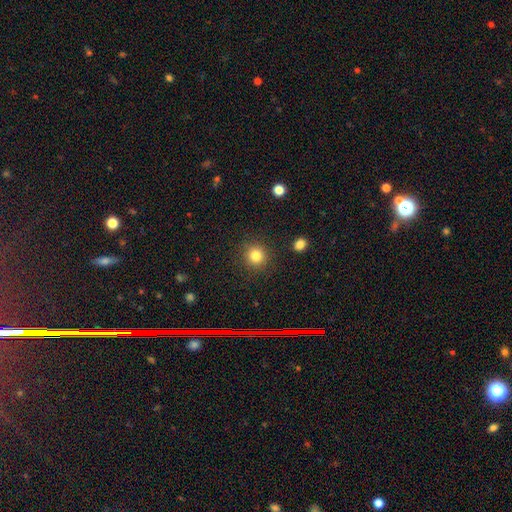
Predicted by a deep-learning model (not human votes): Smooth or featured?
  - smooth: 81% *
  - star or artifact: 13%
  - featured or disk: 6%
How rounded?
  - round: 92% *
  - in between: 7%
  - cigar-shaped: 1%
Merging?
  - none: 89% *
  - minor disturbance: 6%
  - major disturbance: 3%
  - merger: 2%